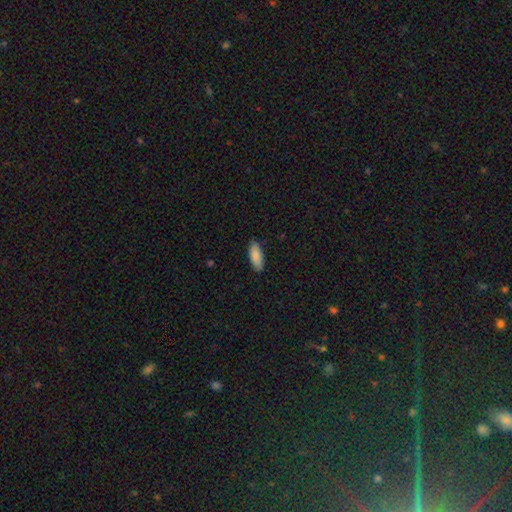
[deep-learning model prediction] smooth_or_featured: smooth (p=0.88) [alt: featured or disk p=0.06]
how_rounded: in between (p=0.78) [alt: cigar-shaped p=0.20]
merging: none (p=0.83) [alt: minor disturbance p=0.14]